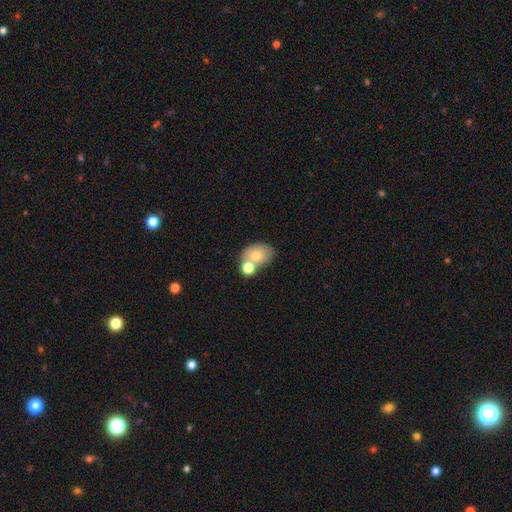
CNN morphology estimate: A smooth galaxy with no disk features (72%) that is in between round and cigar-shaped (74%). Merging: none (44%).